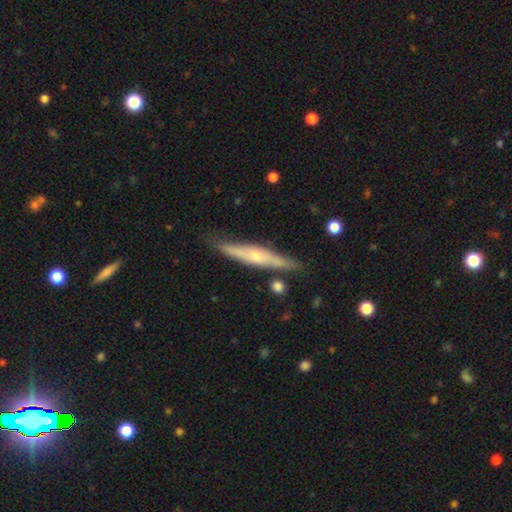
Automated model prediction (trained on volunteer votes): featured or disk 63%, smooth 31%, star or artifact 6%. Down the decision tree: edge-on disk — yes (92%); edge-on bulge — rounded (80%); merging — none (79%).